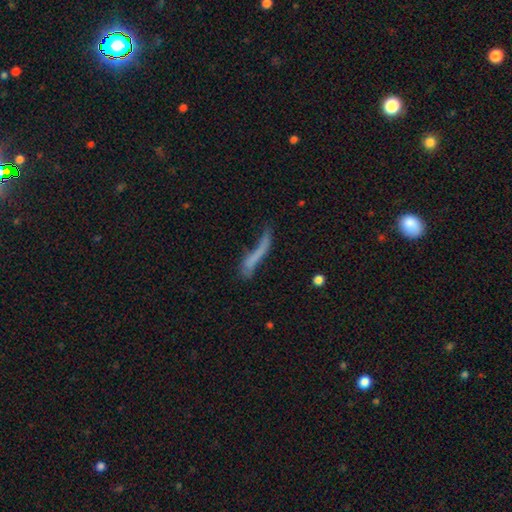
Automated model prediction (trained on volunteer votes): A smooth galaxy with no disk features (54%) that is cigar-shaped (87%).

Vote fractions:
- Smooth or featured? smooth: 54% / featured or disk: 35% / star or artifact: 11%
- How rounded? cigar-shaped: 87% / in between: 11% / round: 3%
- Merging? none: 36% / major disturbance: 29% / minor disturbance: 26% / merger: 10%